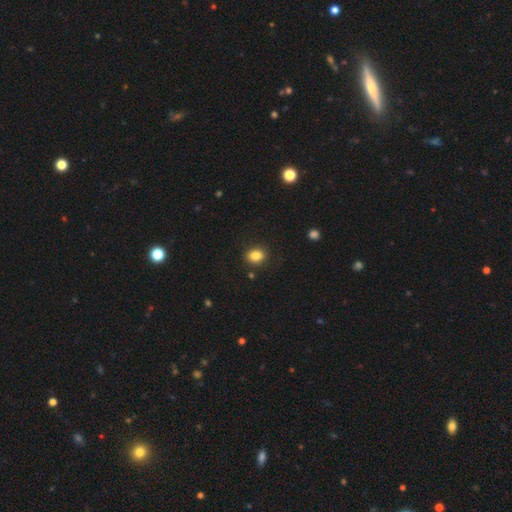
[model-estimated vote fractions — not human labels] The model was most divided on "how rounded": in between: 51%, round: 48%, cigar-shaped: 1%. More confident: merging — none (88%); smooth or featured — smooth (84%).